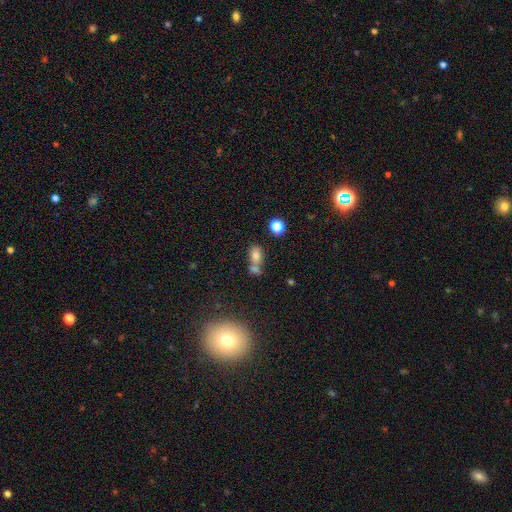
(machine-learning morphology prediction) This appears to be a smooth galaxy with no disk features (74%) that is in between round and cigar-shaped (76%). Merging: merger (47%).